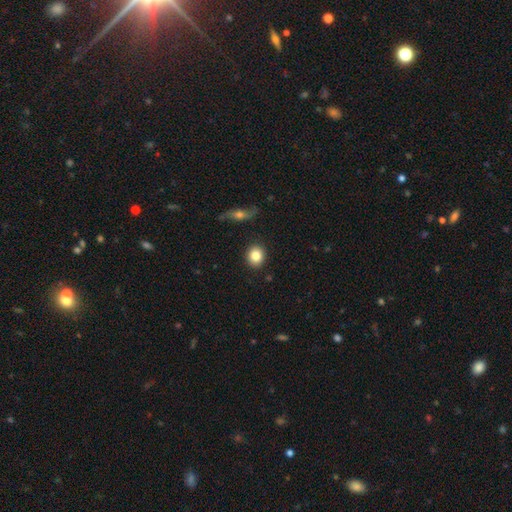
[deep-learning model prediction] Smooth or featured: smooth — 84% (featured or disk — 8%)
How rounded: round — 78% (in between — 21%)
Merging: none — 90% (minor disturbance — 6%)